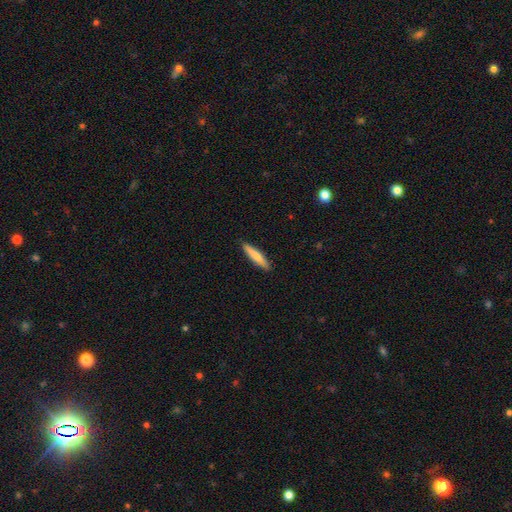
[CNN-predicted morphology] Smooth or featured?
  - smooth: 77% *
  - featured or disk: 18%
  - star or artifact: 5%
How rounded?
  - cigar-shaped: 87% *
  - in between: 12%
  - round: 1%
Merging?
  - none: 89% *
  - minor disturbance: 8%
  - major disturbance: 2%
  - merger: 1%